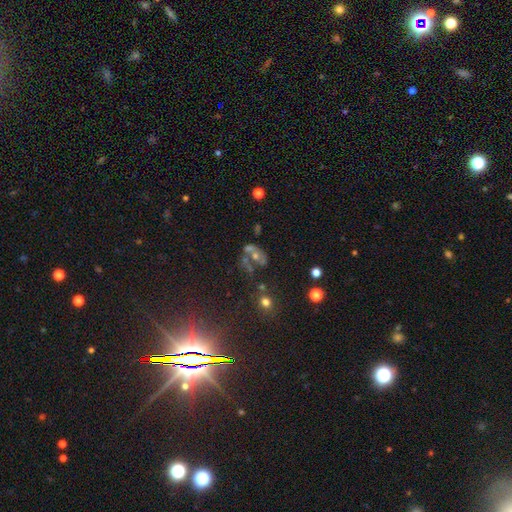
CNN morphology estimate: Overall: featured or disk (42%; smooth 32%). Merging: merger (38%; none 29%).